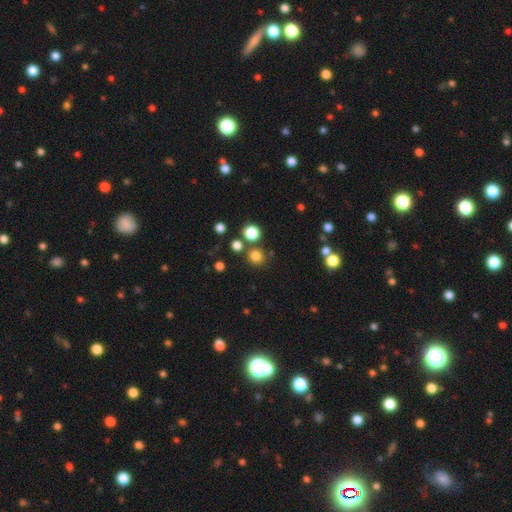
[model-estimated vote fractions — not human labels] smooth-or-featured: smooth: 78% | star or artifact: 16% | featured or disk: 5%
  how-rounded: round: 90% | in between: 9% | cigar-shaped: 1%
  merging: none: 78% | merger: 11% | minor disturbance: 8% | major disturbance: 3%